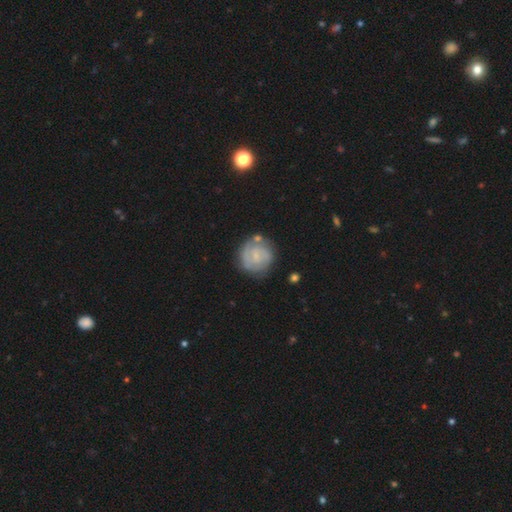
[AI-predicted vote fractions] This is likely a featured or disk galaxy (73%). It is clearly not viewed edge-on (98%). Bar: possibly no (53%). Spiral arm pattern: clearly yes (91%). Spiral arm count: possibly 2 (54%). Spiral winding: likely tight (61%). Central bulge: possibly small (60%). Merging: likely none (72%).